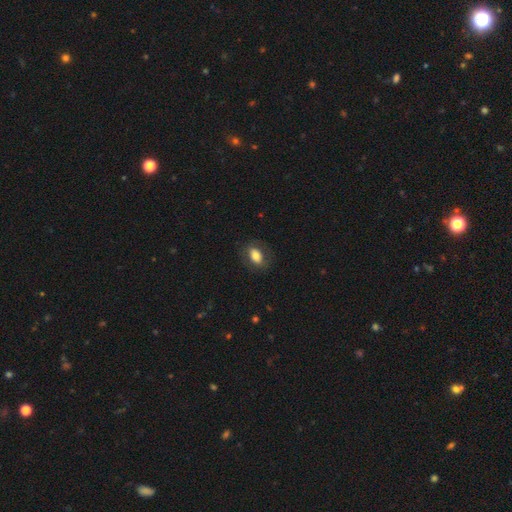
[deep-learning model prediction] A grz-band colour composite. It shows a smooth galaxy with no disk features (75%) that is in between round and cigar-shaped (86%). Merging: none (80%).